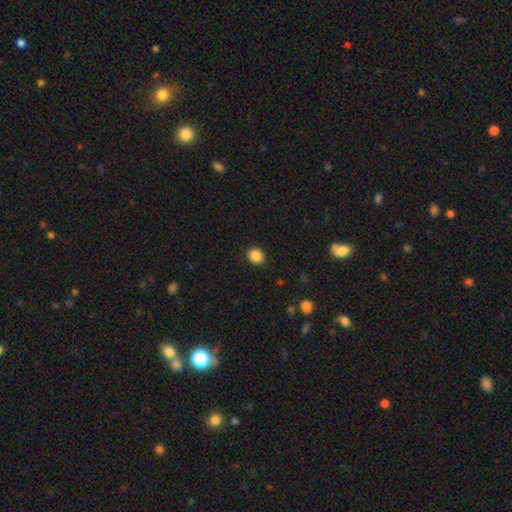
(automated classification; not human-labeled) Morphology: type=smooth (87%); roundness=round (75%); merging=none (91%).